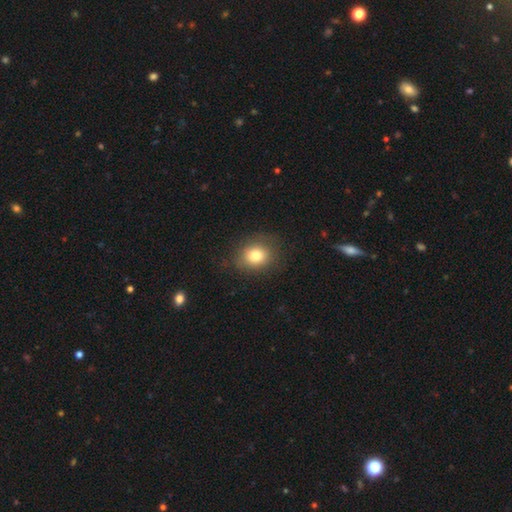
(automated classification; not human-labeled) smooth_or_featured: smooth (p=0.79) [alt: star or artifact p=0.10]
how_rounded: round (p=0.57) [alt: in between p=0.42]
merging: none (p=0.80) [alt: minor disturbance p=0.14]